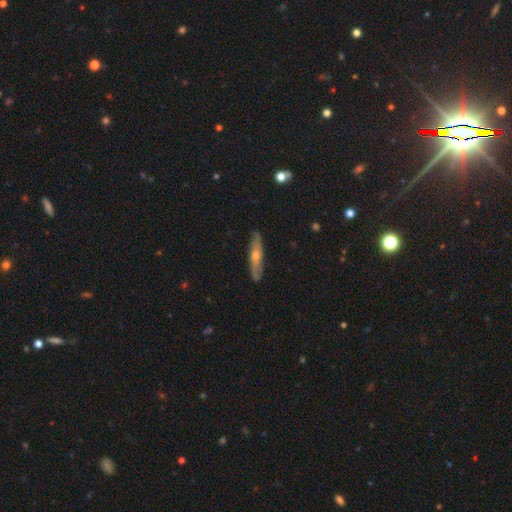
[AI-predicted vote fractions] featured or disk 57%, smooth 37%, star or artifact 6%. Down the decision tree: edge-on disk — yes (76%); merging — none (87%).